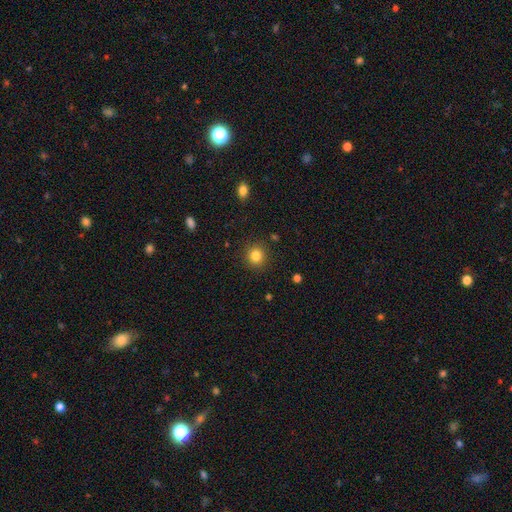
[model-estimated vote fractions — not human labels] A smooth galaxy with no disk features (83%) that is round (91%). Merging: none (90%).